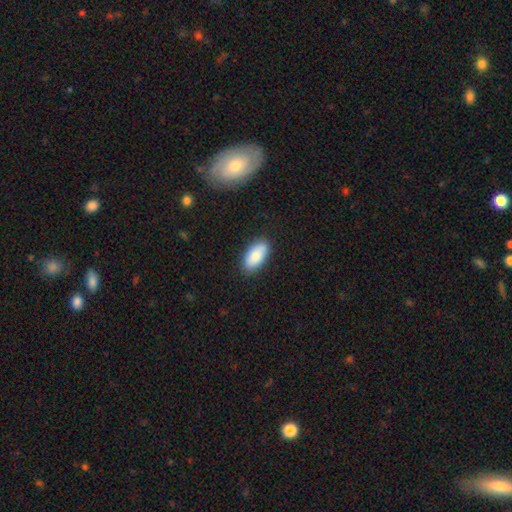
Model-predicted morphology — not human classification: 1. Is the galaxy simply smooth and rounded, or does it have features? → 84% smooth, 9% featured or disk, 6% star or artifact.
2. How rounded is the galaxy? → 92% in between, 6% cigar-shaped, 2% round.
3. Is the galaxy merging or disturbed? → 86% none, 11% minor disturbance, 2% major disturbance, 1% merger.